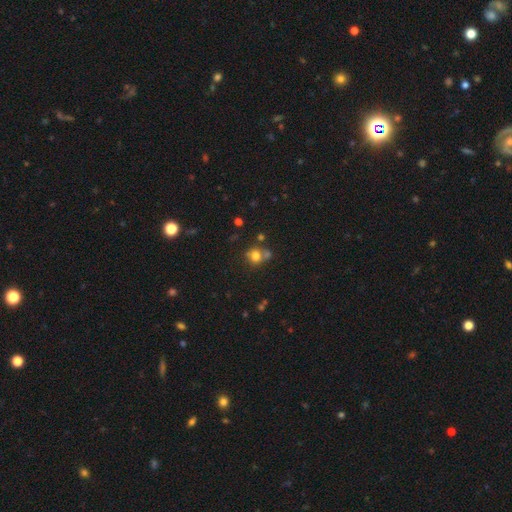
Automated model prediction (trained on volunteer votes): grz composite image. It shows a smooth galaxy with no disk features (75%) that is round (80%). Merging: none (54%).